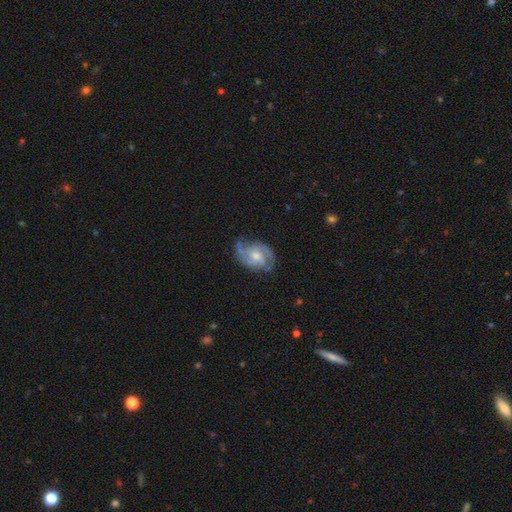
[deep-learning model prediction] The model was most divided on "spiral winding": medium: 46%, tight: 43%, loose: 12%. More confident: edge-on disk — no (97%); spiral arms — yes (97%); smooth or featured — featured or disk (85%); spiral arm count — 2 (76%); merging — none (73%); bar — no (57%); bulge size — moderate (53%).